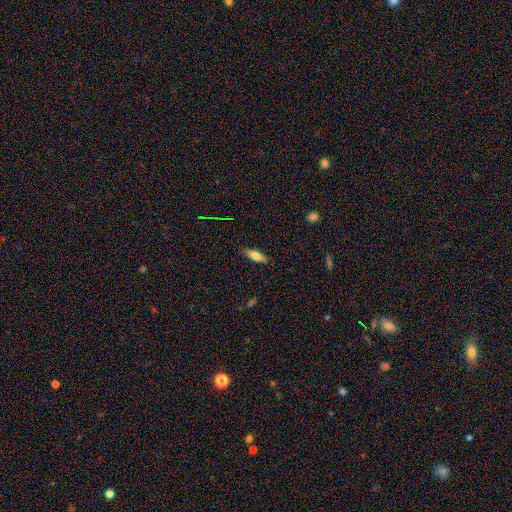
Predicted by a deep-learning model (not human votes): Smooth or featured: smooth — 69% (featured or disk — 23%)
How rounded: in between — 50% (cigar-shaped — 47%)
Merging: none — 86% (minor disturbance — 11%)